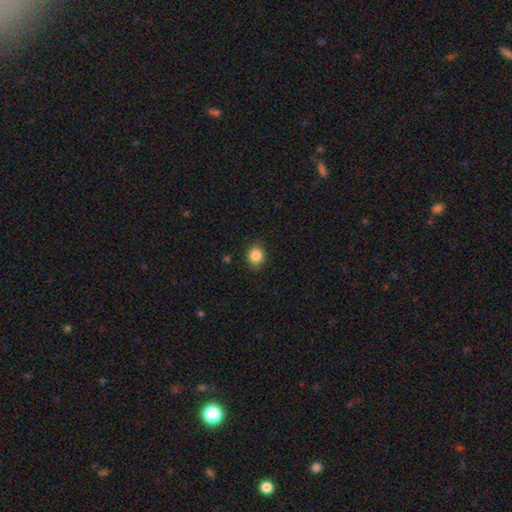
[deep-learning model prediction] Morphology: type=smooth (86%); roundness=round (74%); merging=none (87%).